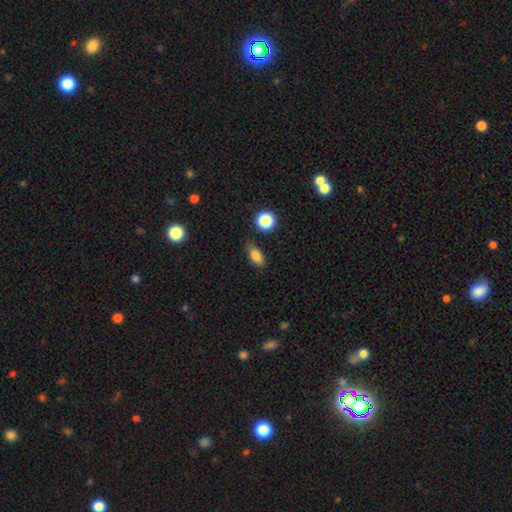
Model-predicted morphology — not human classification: Smooth or featured: smooth — 82% (star or artifact — 10%)
How rounded: in between — 80% (round — 10%)
Merging: none — 75% (minor disturbance — 18%)